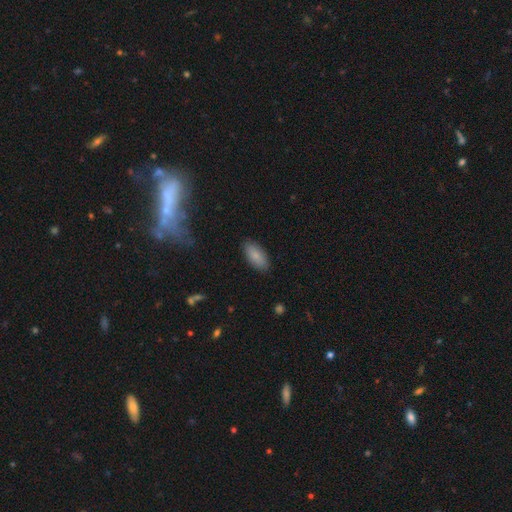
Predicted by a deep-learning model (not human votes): Q: Smooth or featured?
A: smooth (86%); runner-up: featured or disk (8%)
Q: How rounded?
A: in between (90%); runner-up: cigar-shaped (8%)
Q: Merging?
A: none (87%); runner-up: minor disturbance (10%)